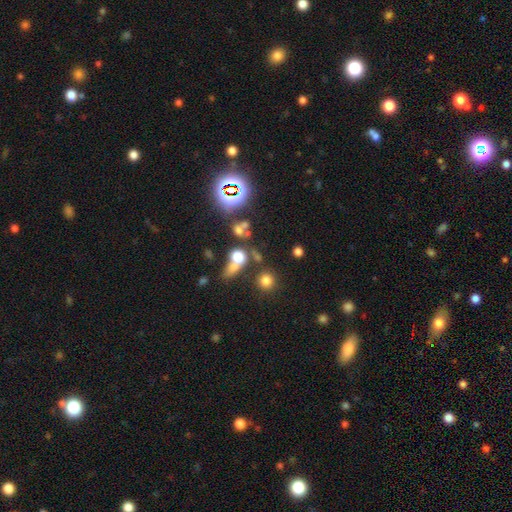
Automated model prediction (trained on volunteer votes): A smooth galaxy with no disk features (51%) that is round (78%).

Vote fractions:
- Smooth or featured? smooth: 51% / star or artifact: 37% / featured or disk: 12%
- How rounded? round: 78% / in between: 17% / cigar-shaped: 5%
- Merging? none: 58% / merger: 21% / minor disturbance: 11% / major disturbance: 9%